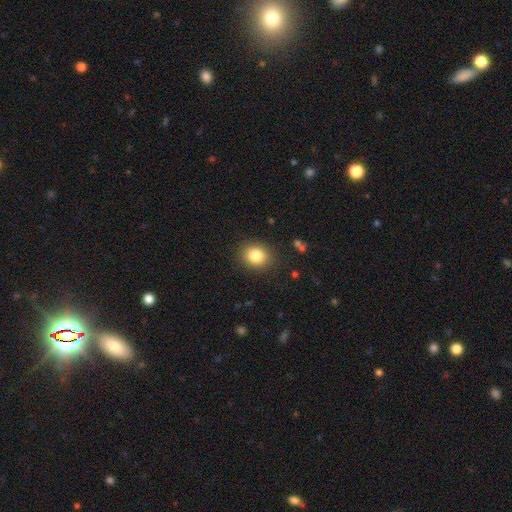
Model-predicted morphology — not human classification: type=smooth (82%); roundness=round (68%); merging=none (88%).